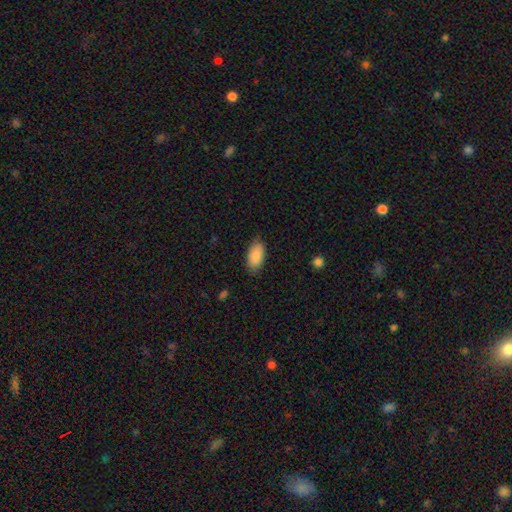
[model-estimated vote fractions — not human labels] Morphology: type=smooth (89%); roundness=in between (93%); merging=none (83%).